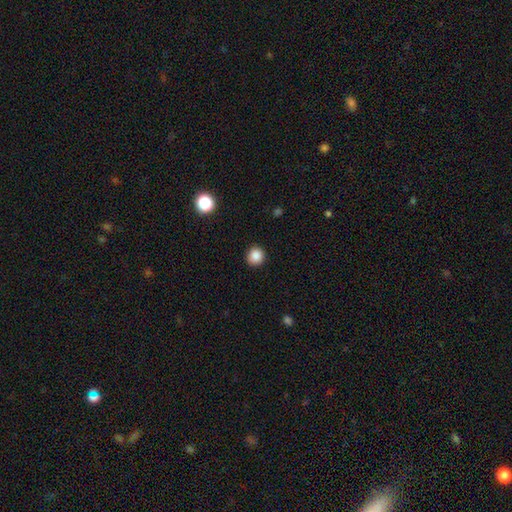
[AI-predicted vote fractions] Smooth or featured? smooth (87%)
How rounded? round (92%)
Merging? none (90%)